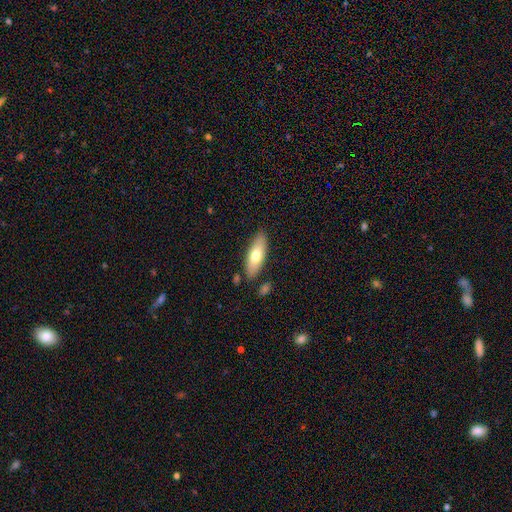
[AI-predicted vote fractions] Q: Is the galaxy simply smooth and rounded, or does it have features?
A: smooth — 69%.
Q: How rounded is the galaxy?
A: in between — 69%.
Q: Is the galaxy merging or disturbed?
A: none — 84%.